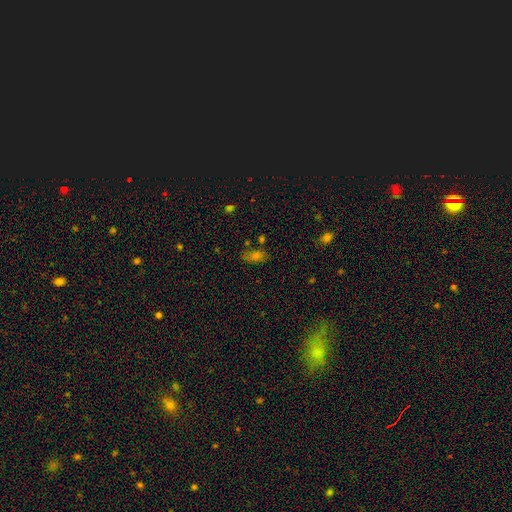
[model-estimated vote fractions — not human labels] Q: Smooth or featured?
A: smooth (57%); runner-up: star or artifact (26%)
Q: How rounded?
A: in between (81%); runner-up: round (10%)
Q: Merging?
A: none (73%); runner-up: minor disturbance (16%)